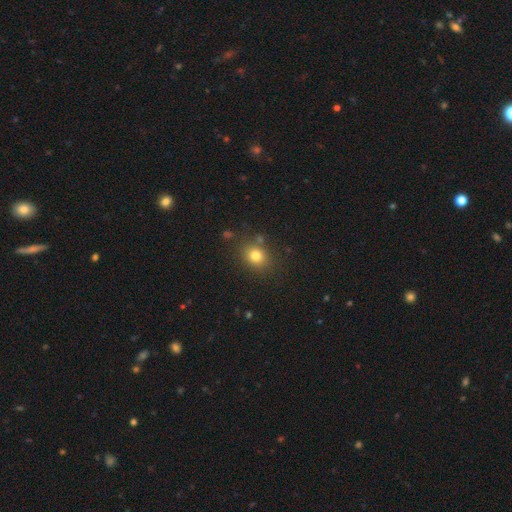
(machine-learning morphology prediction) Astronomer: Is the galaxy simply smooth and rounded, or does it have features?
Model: smooth — 79%.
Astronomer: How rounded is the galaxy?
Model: round — 60% (runner-up: in between, 39%).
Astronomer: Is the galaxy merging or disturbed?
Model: none — 80%.